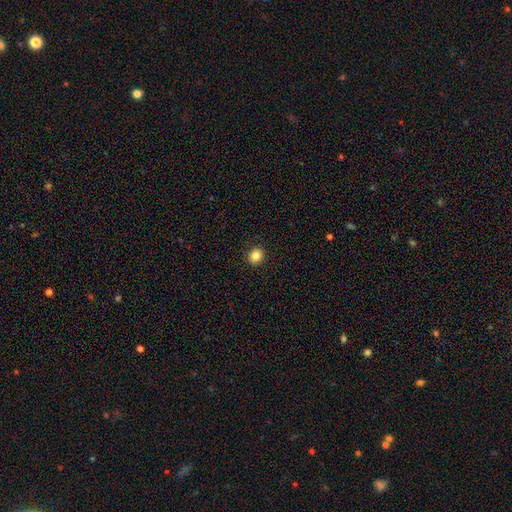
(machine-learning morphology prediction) smooth_or_featured: smooth (p=0.84) [alt: star or artifact p=0.10]
how_rounded: round (p=0.79) [alt: in between p=0.20]
merging: none (p=0.91) [alt: minor disturbance p=0.06]